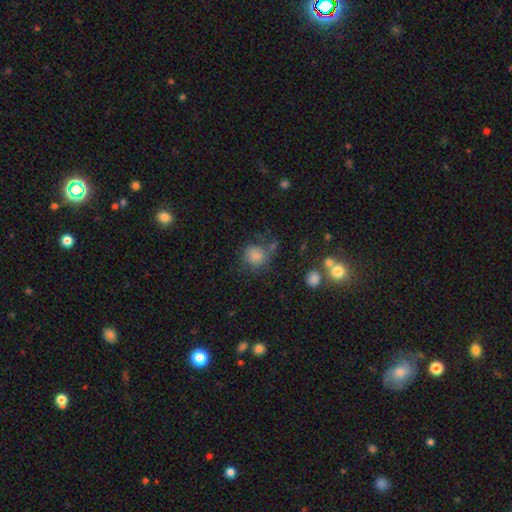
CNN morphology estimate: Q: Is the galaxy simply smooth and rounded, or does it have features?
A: smooth — 75%.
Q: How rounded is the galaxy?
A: round — 83%.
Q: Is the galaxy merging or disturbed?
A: none — 48%.